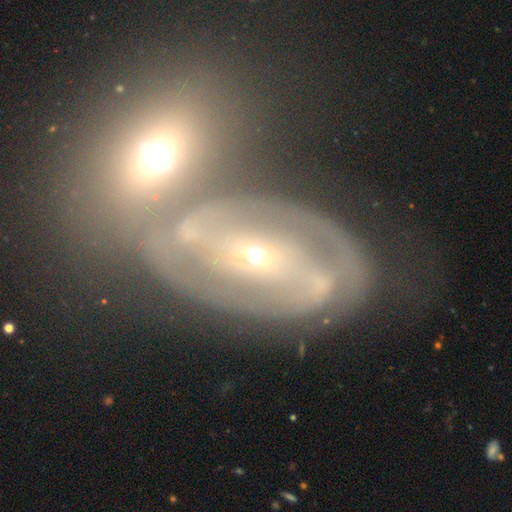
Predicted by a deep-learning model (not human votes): Q: Smooth or featured?
A: featured or disk (84%); runner-up: smooth (10%)
Q: Edge-on disk?
A: no (97%); runner-up: yes (3%)
Q: Bar?
A: no (35%); runner-up: strong (32%)
Q: Spiral arms?
A: yes (91%); runner-up: no (9%)
Q: Spiral winding?
A: tight (46%); runner-up: medium (40%)
Q: Spiral arm count?
A: 2 (74%); runner-up: can't tell (10%)
Q: Bulge size?
A: small (74%); runner-up: moderate (22%)
Q: Merging?
A: merger (42%); runner-up: none (33%)